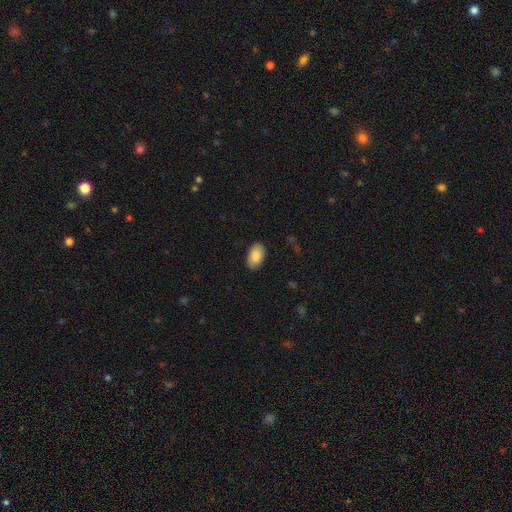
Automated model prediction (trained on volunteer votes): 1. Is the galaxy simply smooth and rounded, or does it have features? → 89% smooth, 6% star or artifact, 5% featured or disk.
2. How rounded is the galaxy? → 95% in between, 4% round, 1% cigar-shaped.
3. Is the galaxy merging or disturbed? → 88% none, 9% minor disturbance, 2% major disturbance, 1% merger.